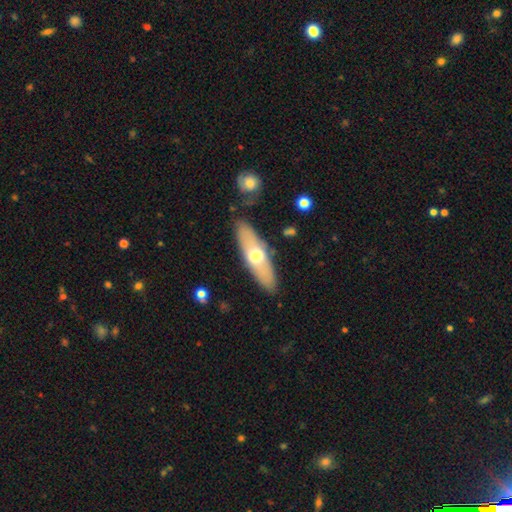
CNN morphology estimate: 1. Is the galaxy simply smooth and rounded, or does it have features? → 54% smooth, 41% featured or disk, 5% star or artifact.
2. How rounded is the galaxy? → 52% cigar-shaped, 46% in between, 2% round.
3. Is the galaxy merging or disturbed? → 85% none, 10% minor disturbance, 3% major disturbance, 2% merger.